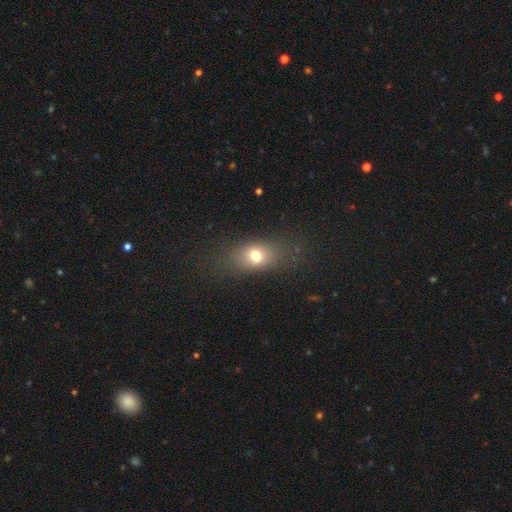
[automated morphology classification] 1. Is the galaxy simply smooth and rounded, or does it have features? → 73% smooth, 14% featured or disk, 14% star or artifact.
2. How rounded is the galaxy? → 67% in between, 29% round, 4% cigar-shaped.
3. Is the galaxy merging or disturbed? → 77% none, 13% minor disturbance, 8% major disturbance, 2% merger.